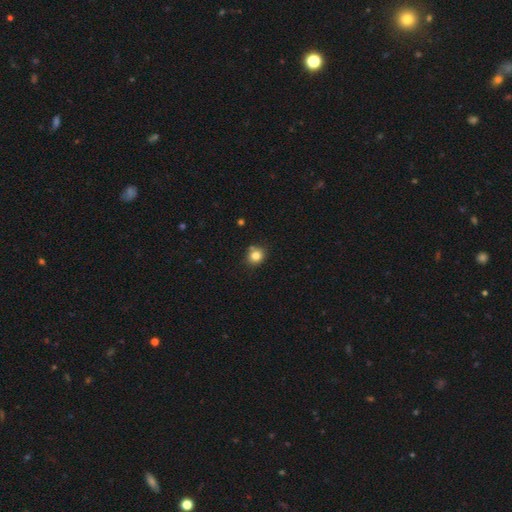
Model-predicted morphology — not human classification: A smooth galaxy with no disk features (82%) that is round (77%). Merging: none (77%).